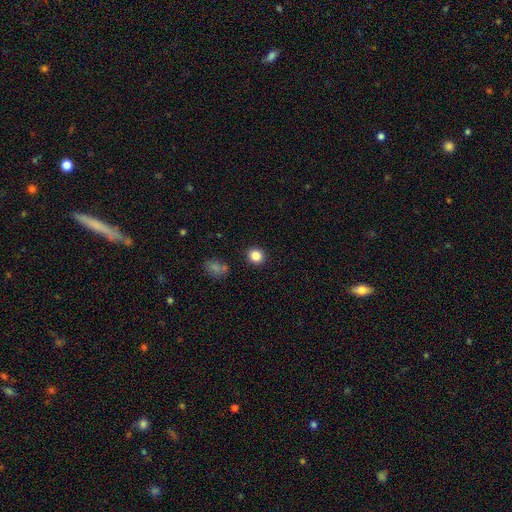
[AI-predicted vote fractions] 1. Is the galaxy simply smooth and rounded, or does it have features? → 85% smooth, 11% star or artifact, 4% featured or disk.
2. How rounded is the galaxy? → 84% round, 15% in between, 1% cigar-shaped.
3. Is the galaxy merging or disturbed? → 89% none, 6% minor disturbance, 2% merger, 2% major disturbance.